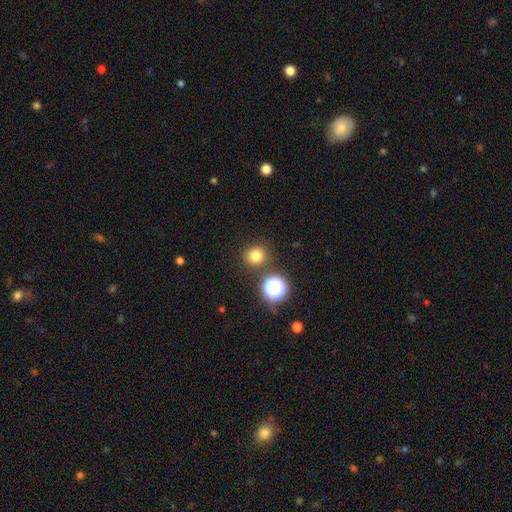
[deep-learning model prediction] Q: Smooth or featured?
A: smooth (76%); runner-up: star or artifact (18%)
Q: How rounded?
A: round (89%); runner-up: in between (10%)
Q: Merging?
A: none (85%); runner-up: minor disturbance (7%)